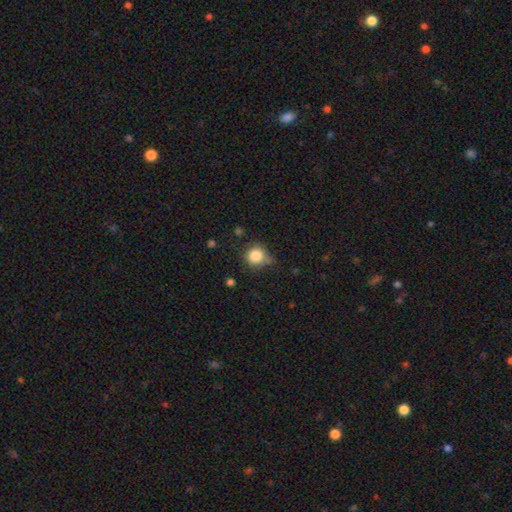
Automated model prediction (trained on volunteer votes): Q: Smooth or featured?
A: smooth (84%); runner-up: star or artifact (10%)
Q: How rounded?
A: round (88%); runner-up: in between (11%)
Q: Merging?
A: none (64%); runner-up: minor disturbance (25%)